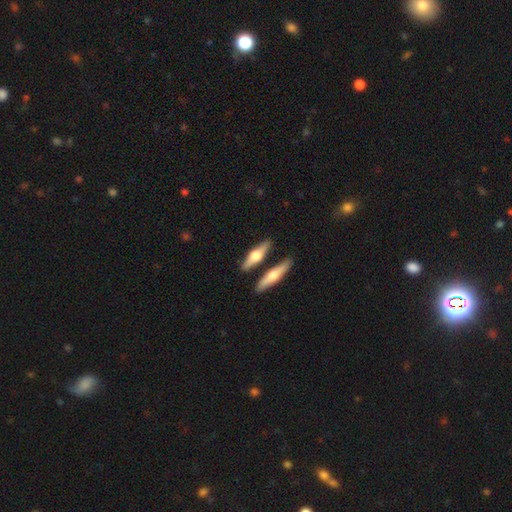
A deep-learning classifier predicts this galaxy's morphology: featured or disk 58%, smooth 38%, star or artifact 5%. Down the decision tree: edge-on disk — yes (94%); edge-on bulge — rounded (94%); merging — none (75%).